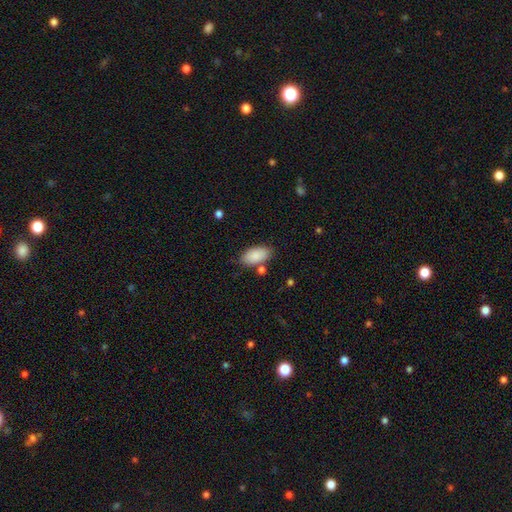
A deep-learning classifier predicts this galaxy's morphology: smooth-or-featured: smooth: 88% | star or artifact: 6% | featured or disk: 6%
  how-rounded: in between: 94% | cigar-shaped: 3% | round: 3%
  merging: none: 76% | minor disturbance: 13% | merger: 7% | major disturbance: 3%